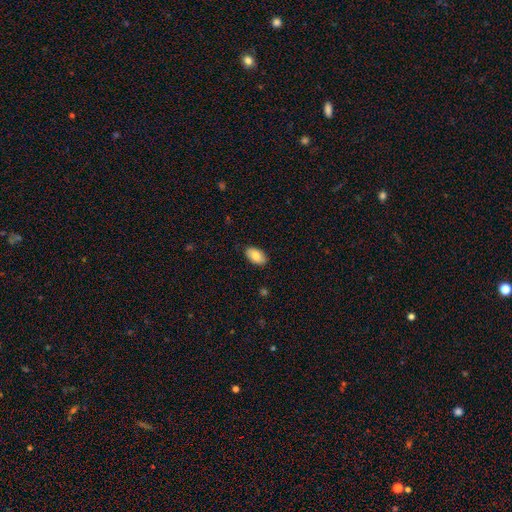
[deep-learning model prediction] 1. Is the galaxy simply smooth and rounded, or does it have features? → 83% smooth, 10% featured or disk, 6% star or artifact.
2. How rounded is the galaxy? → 94% in between, 4% round, 2% cigar-shaped.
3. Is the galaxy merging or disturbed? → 85% none, 12% minor disturbance, 2% major disturbance, 1% merger.